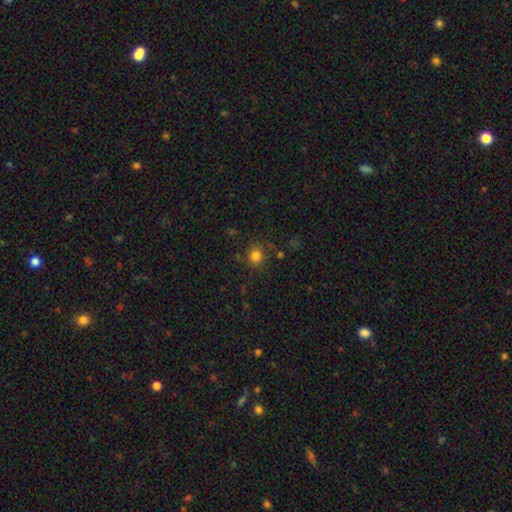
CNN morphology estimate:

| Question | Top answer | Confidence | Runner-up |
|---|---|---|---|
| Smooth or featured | smooth | 81% | star or artifact (14%) |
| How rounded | round | 89% | in between (10%) |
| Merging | none | 83% | minor disturbance (10%) |